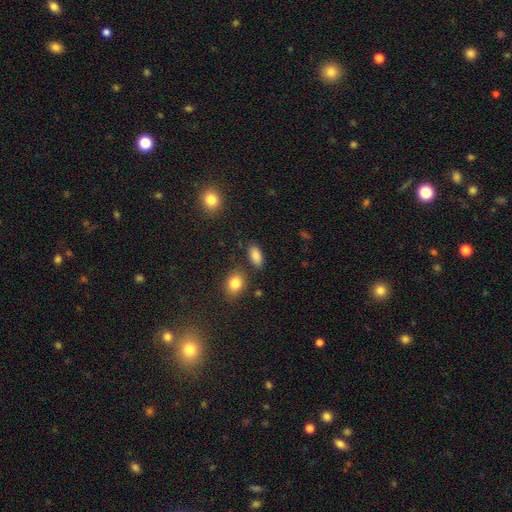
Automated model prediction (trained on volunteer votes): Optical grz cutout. It shows a smooth galaxy with no disk features (87%) that is in between round and cigar-shaped (91%). Merging: none (81%).